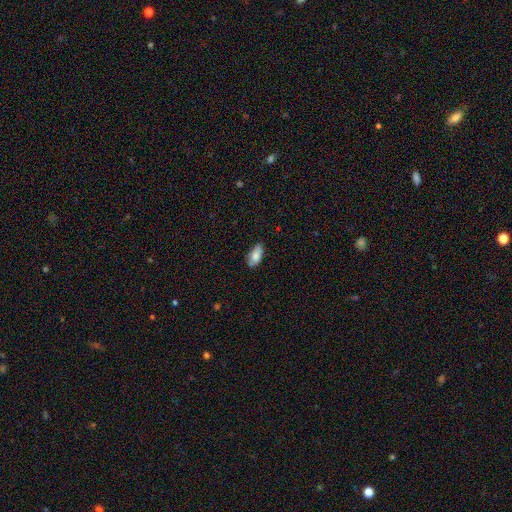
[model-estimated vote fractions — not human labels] smooth 79%, featured or disk 14%, star or artifact 7%. Down the decision tree: how rounded — in between (89%); merging — none (73%).